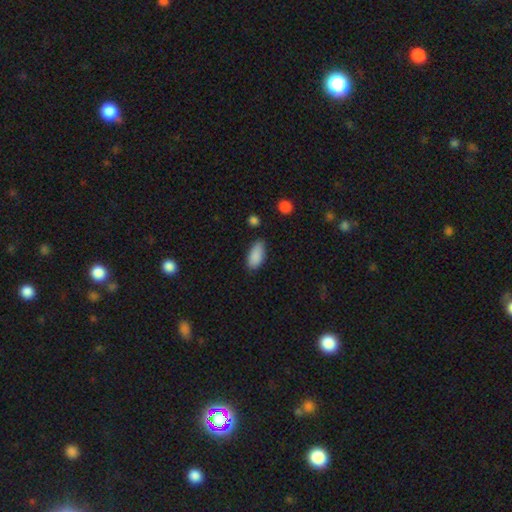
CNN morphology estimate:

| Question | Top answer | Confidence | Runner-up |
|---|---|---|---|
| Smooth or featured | smooth | 89% | star or artifact (7%) |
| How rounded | in between | 90% | cigar-shaped (8%) |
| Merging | none | 72% | minor disturbance (22%) |